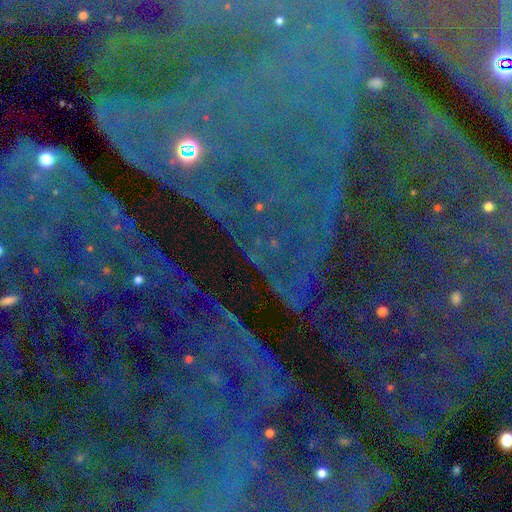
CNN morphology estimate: A star or artifact, not a galaxy (87%).

Vote fractions:
- Smooth or featured? star or artifact: 87% / featured or disk: 7% / smooth: 6%